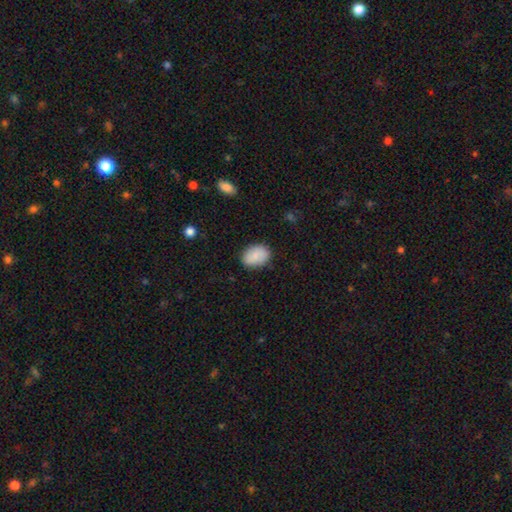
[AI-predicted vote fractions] smooth_or_featured: smooth (p=0.85) [alt: featured or disk p=0.08]
how_rounded: in between (p=0.77) [alt: round p=0.22]
merging: none (p=0.82) [alt: minor disturbance p=0.14]